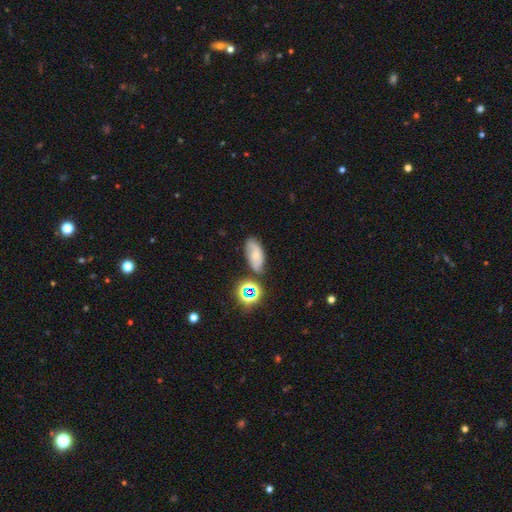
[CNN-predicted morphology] Smooth or featured?
  - featured or disk: 43% *
  - smooth: 41%
  - star or artifact: 16%
Merging?
  - none: 65% *
  - minor disturbance: 20%
  - merger: 9%
  - major disturbance: 6%